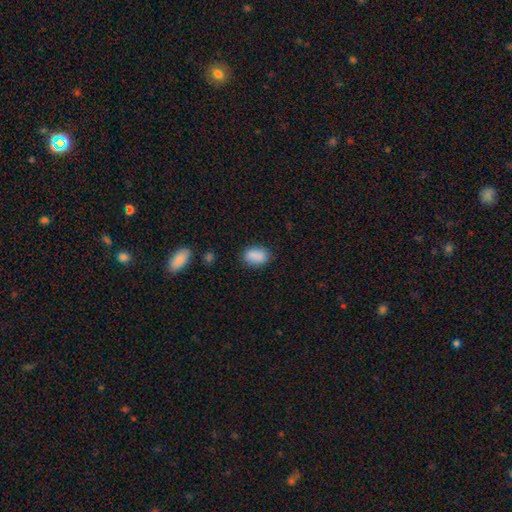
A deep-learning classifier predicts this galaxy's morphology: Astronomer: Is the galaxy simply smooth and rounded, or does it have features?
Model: smooth — 87%.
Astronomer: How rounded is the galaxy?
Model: in between — 85%.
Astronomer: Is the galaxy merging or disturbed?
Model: none — 80%.